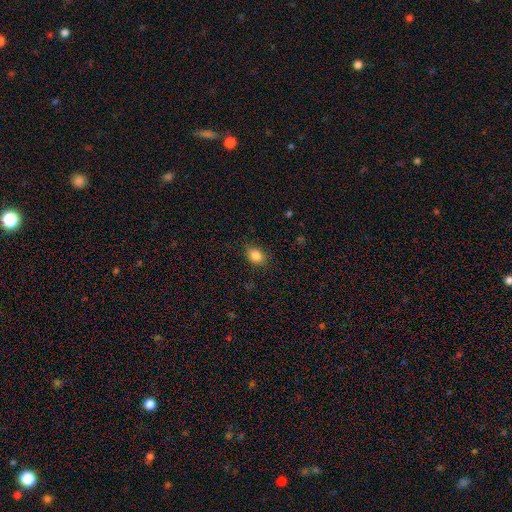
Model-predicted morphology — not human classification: Overall: smooth (85%). How rounded: in between (62%; round 37%). Merging: none (80%).